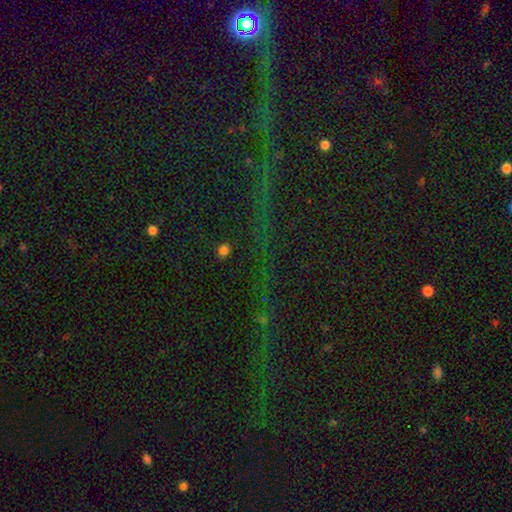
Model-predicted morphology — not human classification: Q: Smooth or featured?
A: star or artifact (70%); runner-up: smooth (17%)